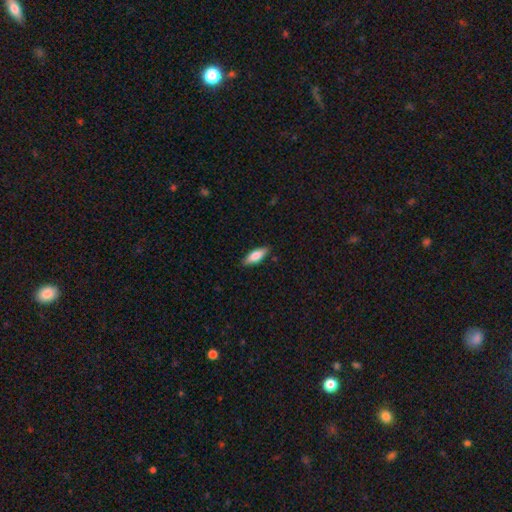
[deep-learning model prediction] Smooth or featured? smooth (74%)
How rounded? in between (65%)
Merging? none (87%)